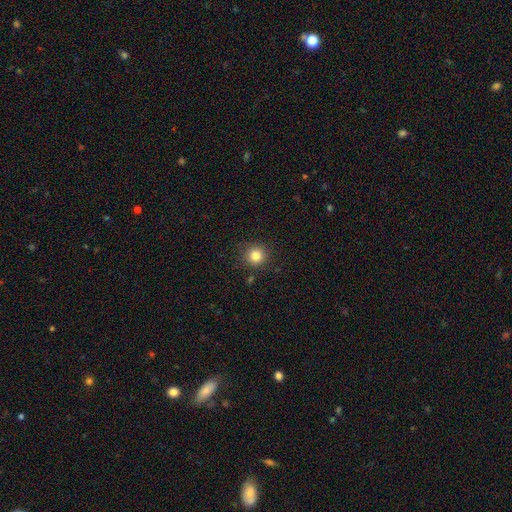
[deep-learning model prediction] A smooth galaxy with no disk features (83%) that is round (94%).

Vote fractions:
- Smooth or featured? smooth: 83% / star or artifact: 11% / featured or disk: 5%
- How rounded? round: 94% / in between: 5% / cigar-shaped: 1%
- Merging? none: 89% / minor disturbance: 7% / major disturbance: 2% / merger: 2%